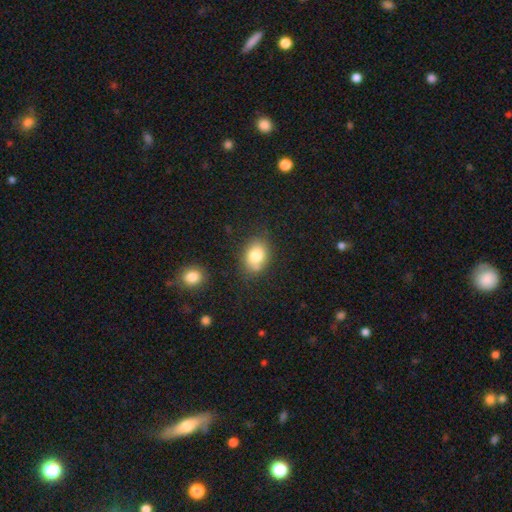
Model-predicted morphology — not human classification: Smooth or featured? Predicted: smooth (p=0.80). How rounded? Predicted: in between (p=0.67). Merging? Predicted: none (p=0.74).